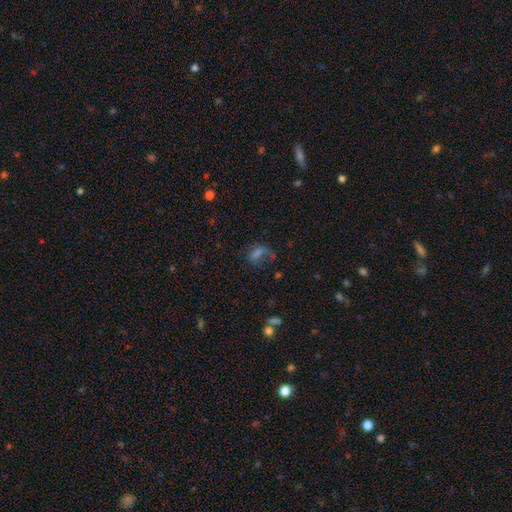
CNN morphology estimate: smooth-or-featured: smooth: 40% | star or artifact: 32% | featured or disk: 27%
  merging: none: 48% | major disturbance: 26% | minor disturbance: 21% | merger: 5%